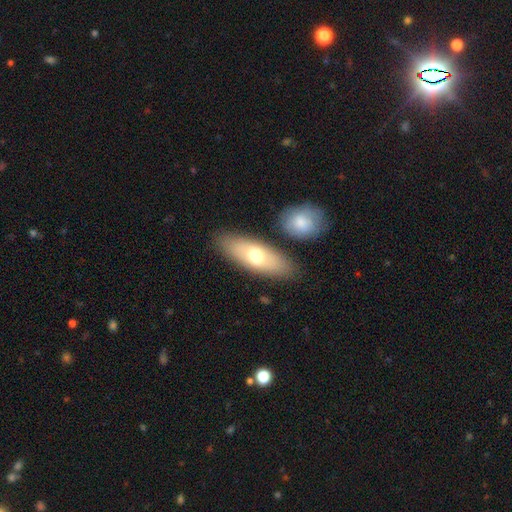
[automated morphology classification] This is likely a smooth galaxy (66%). How rounded: likely in between (74%). Merging: clearly none (82%).